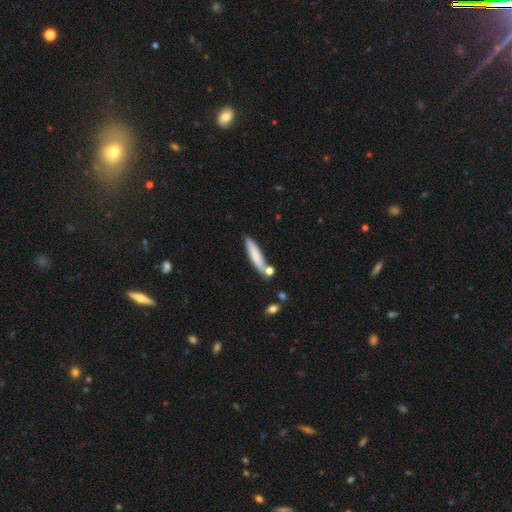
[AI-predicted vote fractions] This is likely a smooth galaxy (76%). How rounded: clearly cigar-shaped (83%). Merging: likely none (71%).